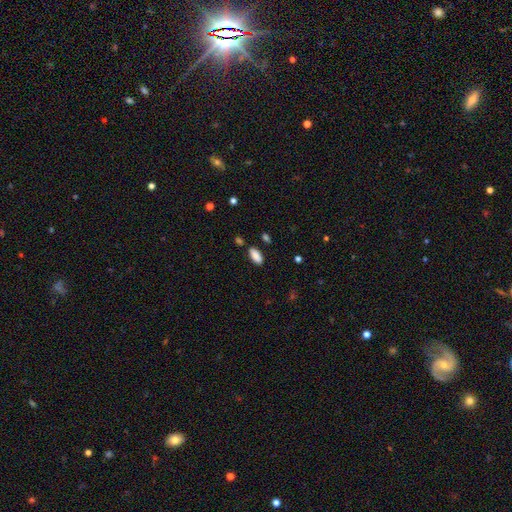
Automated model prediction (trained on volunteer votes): smooth 88%, star or artifact 7%, featured or disk 5%. Down the decision tree: how rounded — in between (86%); merging — none (83%).